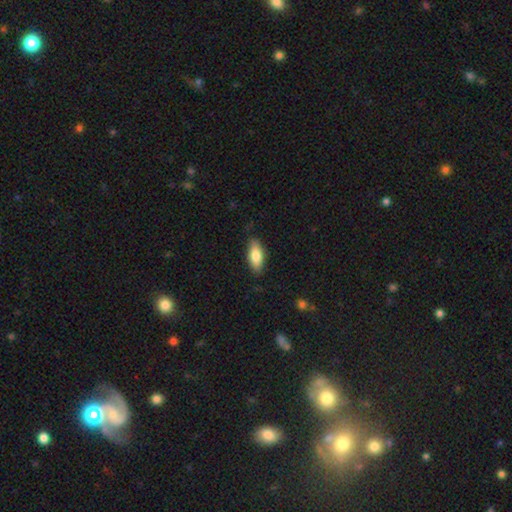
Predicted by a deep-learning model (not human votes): Overall: smooth (78%). How rounded: in between (79%). Merging: none (83%).